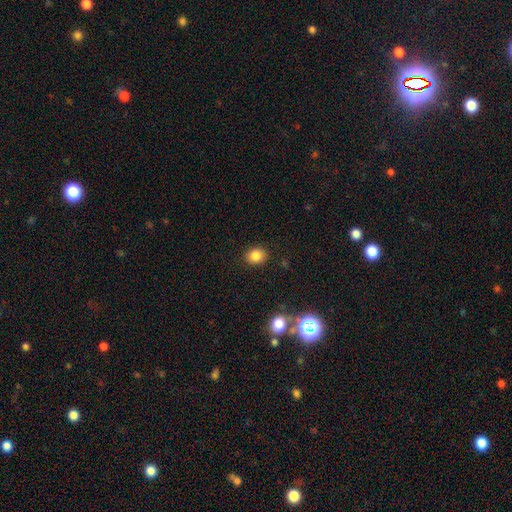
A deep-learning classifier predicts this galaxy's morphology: A smooth galaxy with no disk features (84%) that is round (60%).

Vote fractions:
- Smooth or featured? smooth: 84% / star or artifact: 11% / featured or disk: 5%
- How rounded? round: 60% / in between: 39% / cigar-shaped: 1%
- Merging? none: 89% / minor disturbance: 7% / major disturbance: 2% / merger: 1%